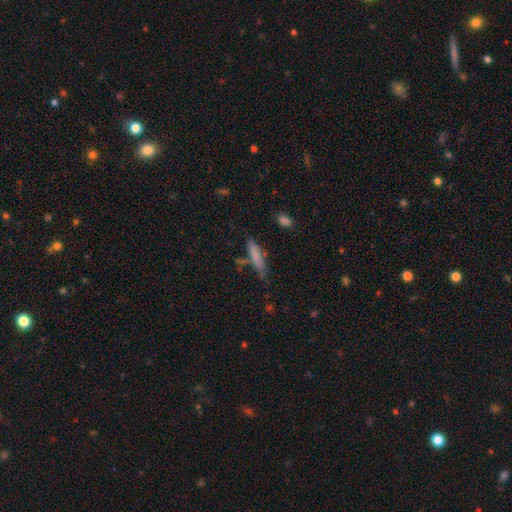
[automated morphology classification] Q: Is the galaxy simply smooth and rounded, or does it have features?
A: smooth — 75%.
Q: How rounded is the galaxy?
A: cigar-shaped — 83%.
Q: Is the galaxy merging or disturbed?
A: none — 64%.